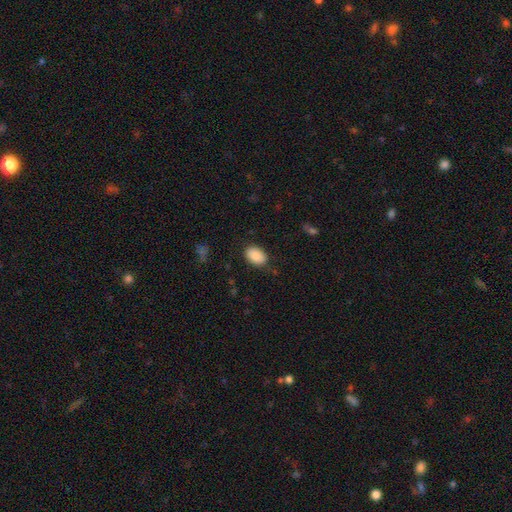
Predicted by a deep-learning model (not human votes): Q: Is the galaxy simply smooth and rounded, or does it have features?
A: smooth — 88%.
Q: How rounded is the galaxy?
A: in between — 85%.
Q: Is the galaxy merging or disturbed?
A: none — 84%.